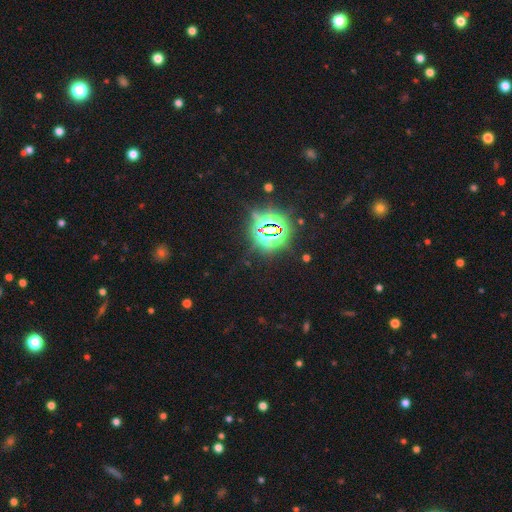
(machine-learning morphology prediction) This is clearly a star or artifact rather than a galaxy (84%).